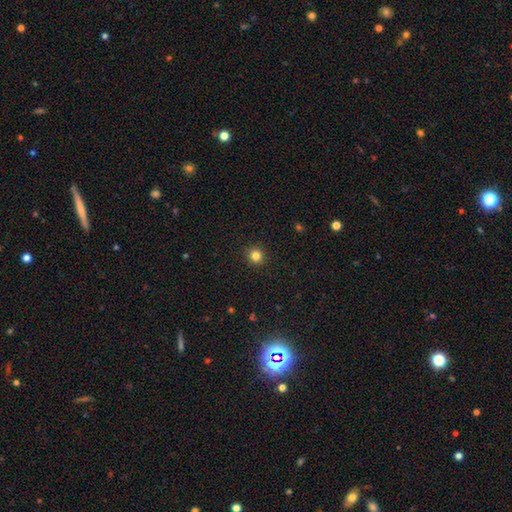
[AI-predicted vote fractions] smooth_or_featured: smooth (p=0.82) [alt: star or artifact p=0.13]
how_rounded: round (p=0.94) [alt: in between p=0.05]
merging: none (p=0.93) [alt: minor disturbance p=0.05]